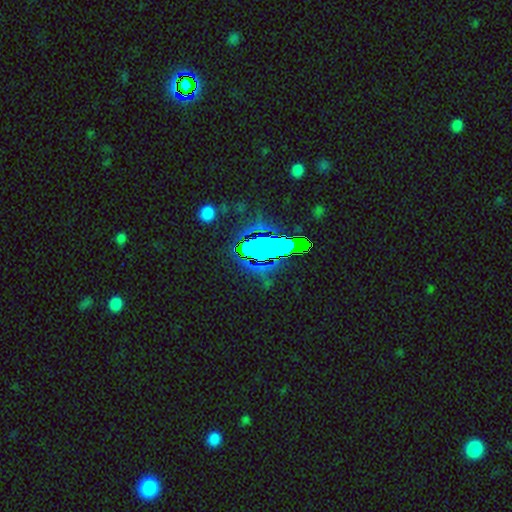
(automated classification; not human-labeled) smooth_or_featured: star or artifact (p=0.80) [alt: smooth p=0.12]